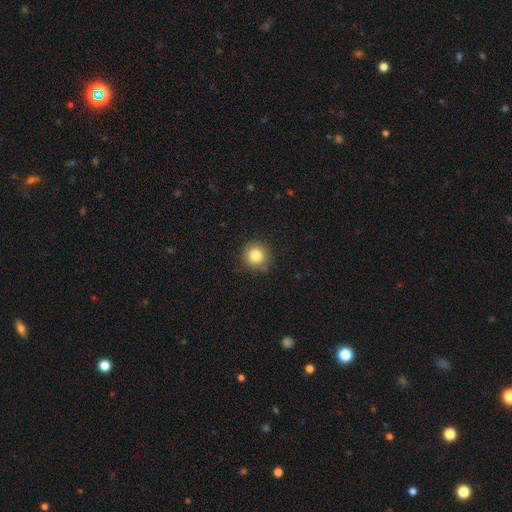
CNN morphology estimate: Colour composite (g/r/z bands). It shows a smooth galaxy with no disk features (83%) that is round (93%). Merging: none (88%).